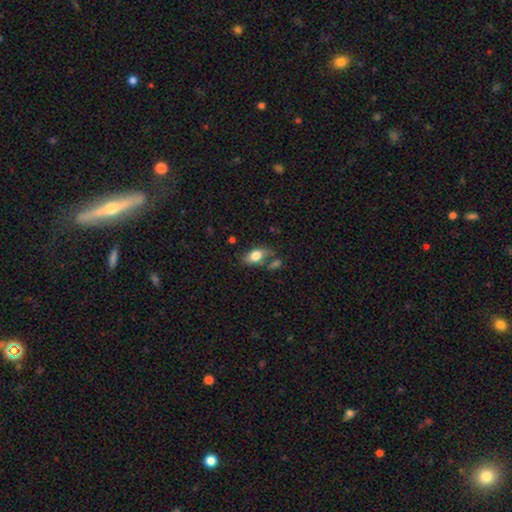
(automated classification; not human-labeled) Smooth or featured? Predicted: smooth (p=0.75). How rounded? Predicted: in between (p=0.86). Merging? Predicted: none (p=0.54).